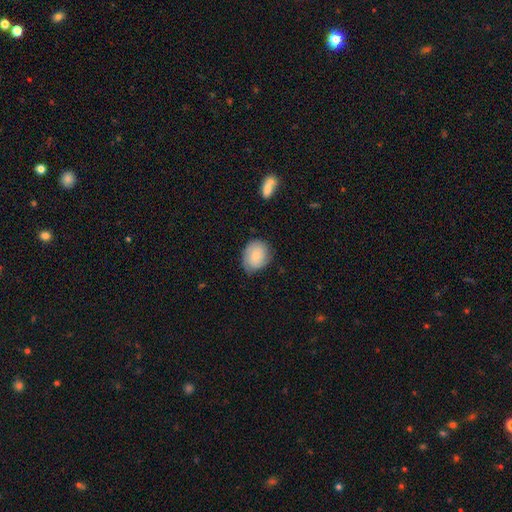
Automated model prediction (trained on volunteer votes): A smooth galaxy with no disk features (64%) that is round (50%).

Vote fractions:
- Smooth or featured? smooth: 64% / featured or disk: 29% / star or artifact: 7%
- How rounded? round: 50% / in between: 49% / cigar-shaped: 1%
- Merging? none: 68% / minor disturbance: 25% / major disturbance: 6% / merger: 1%